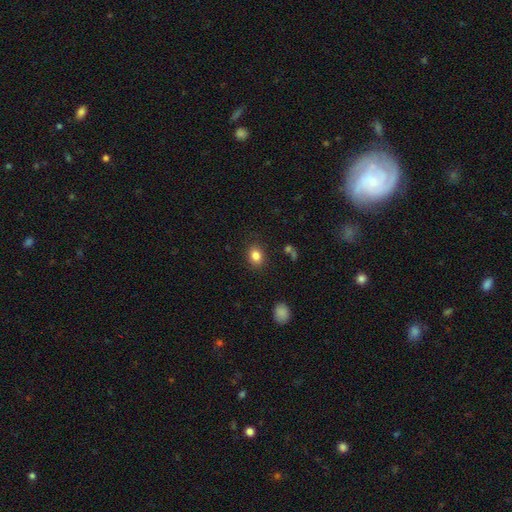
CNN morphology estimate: Overall: smooth (83%). How rounded: in between (56%; round 43%). Merging: none (85%).